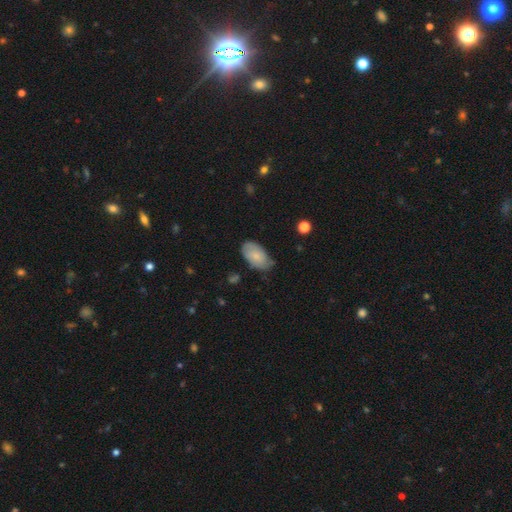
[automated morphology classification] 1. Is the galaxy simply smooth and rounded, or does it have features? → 74% smooth, 19% featured or disk, 6% star or artifact.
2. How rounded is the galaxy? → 94% in between, 4% round, 2% cigar-shaped.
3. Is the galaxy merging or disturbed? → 60% none, 32% minor disturbance, 6% major disturbance, 2% merger.